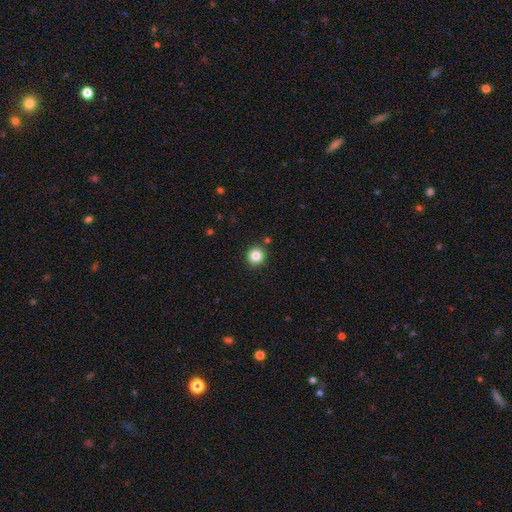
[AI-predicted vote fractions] Smooth or featured? smooth (83%)
How rounded? round (93%)
Merging? none (90%)